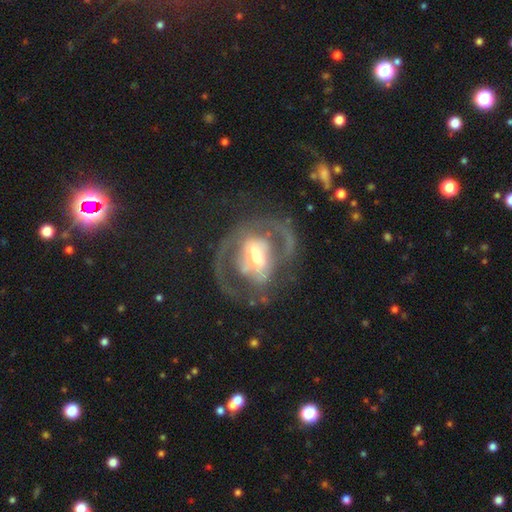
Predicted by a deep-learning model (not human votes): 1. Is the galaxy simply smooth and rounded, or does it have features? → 83% featured or disk, 11% smooth, 6% star or artifact.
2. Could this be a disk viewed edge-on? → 96% no, 4% yes.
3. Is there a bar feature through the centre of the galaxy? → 42% strong, 38% weak, 21% no.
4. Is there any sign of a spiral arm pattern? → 82% yes, 18% no.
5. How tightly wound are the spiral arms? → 49% medium, 30% tight, 21% loose.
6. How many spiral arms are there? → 71% 2, 12% can't tell, 9% 1, 4% 3, 2% 4, 2% more than 4.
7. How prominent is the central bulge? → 55% moderate, 23% small, 17% large, 2% dominant, 2% none.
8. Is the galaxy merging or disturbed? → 57% none, 23% major disturbance, 17% minor disturbance, 3% merger.